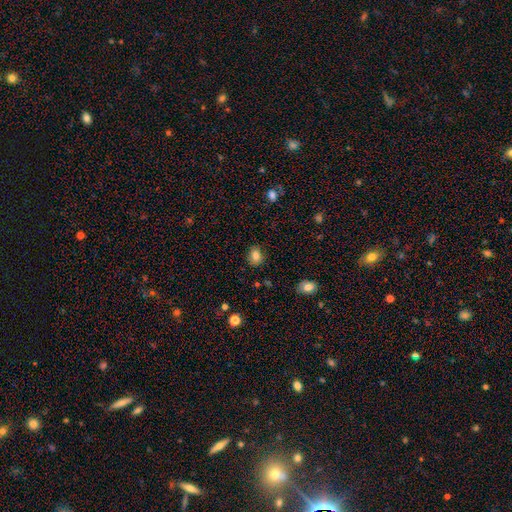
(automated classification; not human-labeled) The model was most divided on "how rounded": round: 58%, in between: 41%, cigar-shaped: 1%. More confident: merging — none (85%); smooth or featured — smooth (82%).